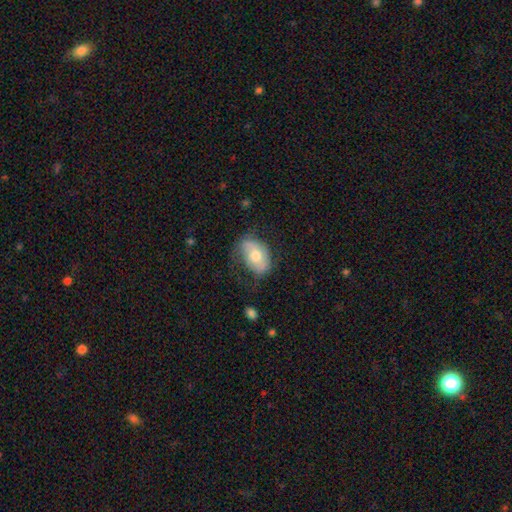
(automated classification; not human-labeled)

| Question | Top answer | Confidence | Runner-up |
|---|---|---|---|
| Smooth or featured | smooth | 62% | featured or disk (32%) |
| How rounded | in between | 87% | round (11%) |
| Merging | none | 57% | minor disturbance (28%) |